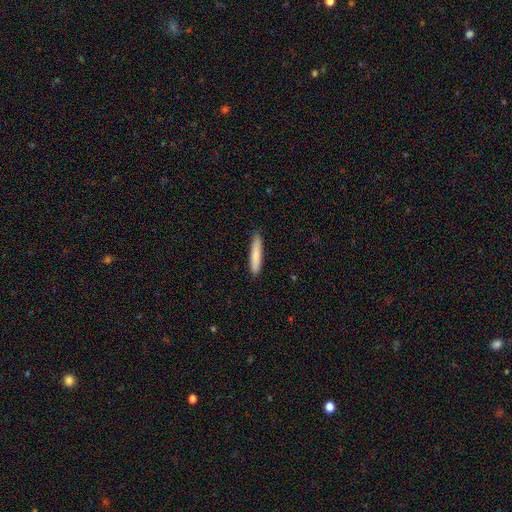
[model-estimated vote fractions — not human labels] This appears to be a smooth galaxy with no disk features (82%) that is cigar-shaped (92%). Merging: none (90%).